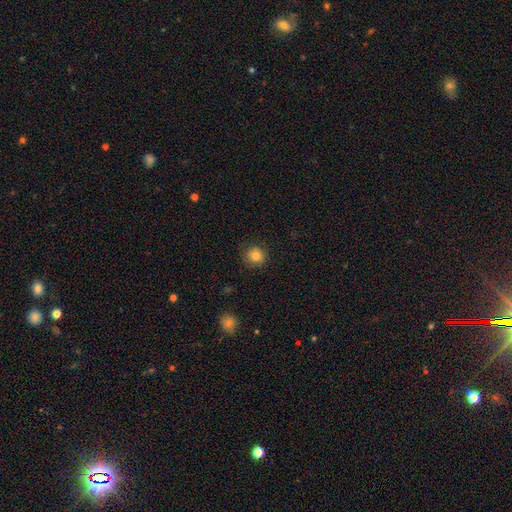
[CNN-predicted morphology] Smooth or featured: smooth — 82% (star or artifact — 12%)
How rounded: round — 91% (in between — 8%)
Merging: none — 89% (minor disturbance — 8%)